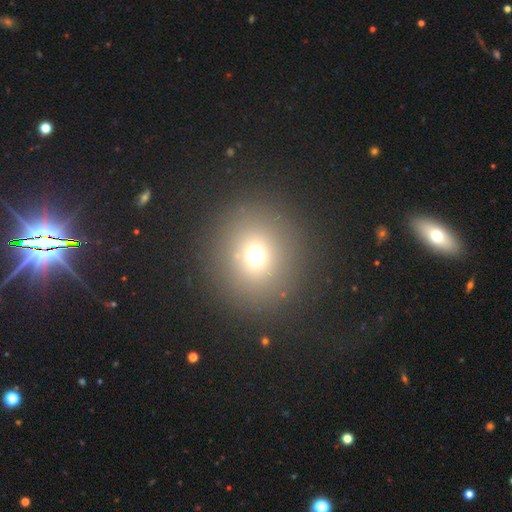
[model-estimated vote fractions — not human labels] Morphology: type=smooth (67%); roundness=round (86%); merging=none (87%).